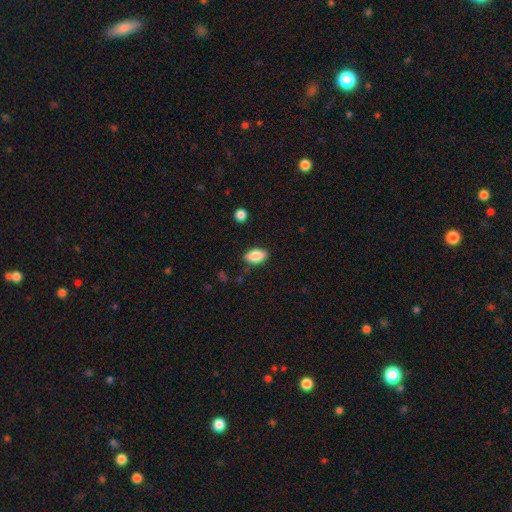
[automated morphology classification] Smooth or featured? smooth (86%)
How rounded? in between (91%)
Merging? none (84%)